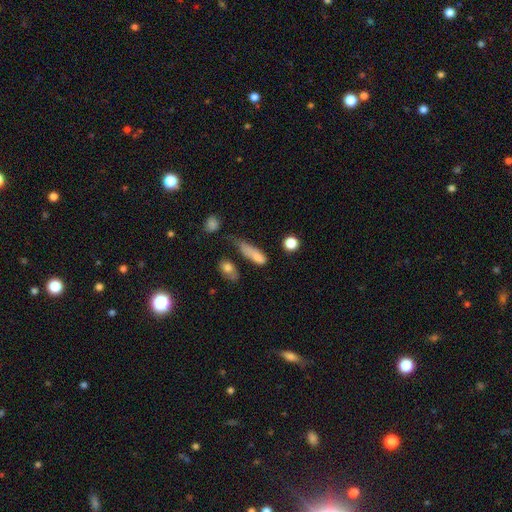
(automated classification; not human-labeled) smooth-or-featured: smooth: 75% | featured or disk: 14% | star or artifact: 10%
  how-rounded: in between: 49% | cigar-shaped: 43% | round: 9%
  merging: none: 31% | minor disturbance: 28% | major disturbance: 27% | merger: 14%